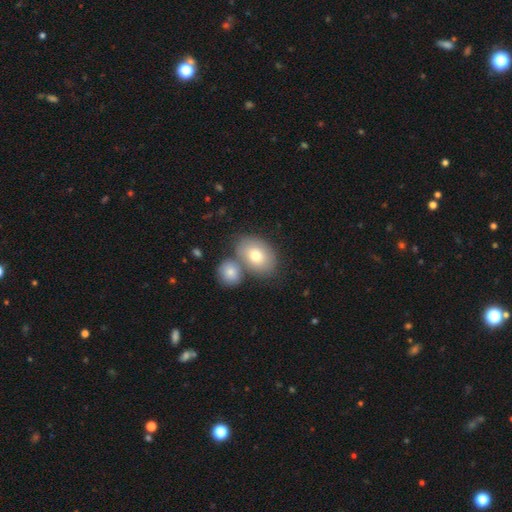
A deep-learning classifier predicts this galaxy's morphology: Smooth or featured: smooth — 74% (featured or disk — 18%)
How rounded: in between — 80% (round — 19%)
Merging: none — 52% (merger — 33%)